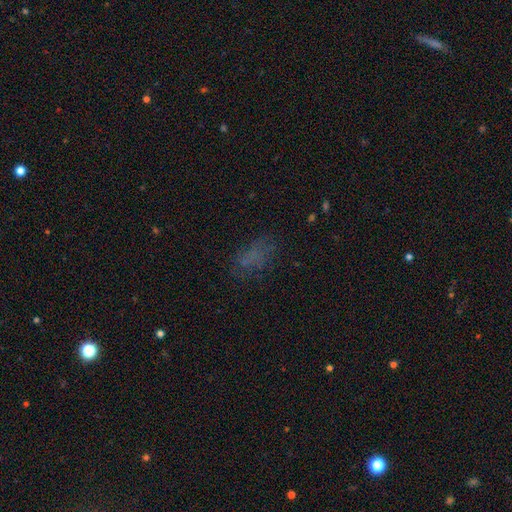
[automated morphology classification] The model was most divided on "smooth or featured": smooth: 58%, star or artifact: 24%, featured or disk: 19%. More confident: how rounded — in between (85%); merging — none (61%).